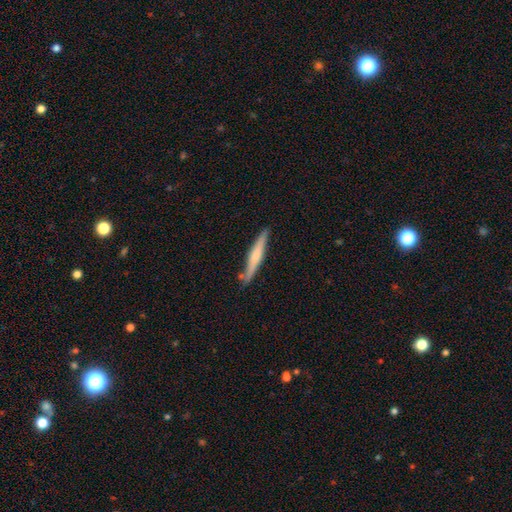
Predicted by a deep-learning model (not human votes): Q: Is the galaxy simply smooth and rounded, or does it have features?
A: smooth — 52%.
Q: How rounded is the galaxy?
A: cigar-shaped — 94%.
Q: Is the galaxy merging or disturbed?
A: none — 83%.